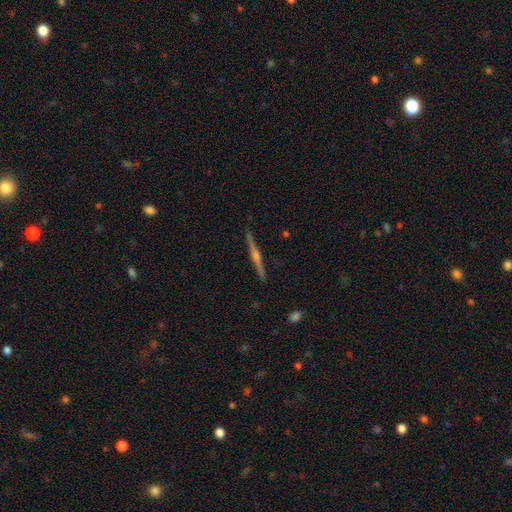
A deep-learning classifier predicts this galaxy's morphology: featured or disk 82%, smooth 13%, star or artifact 5%. Down the decision tree: edge-on disk — yes (99%); edge-on bulge — rounded (83%); merging — none (92%).